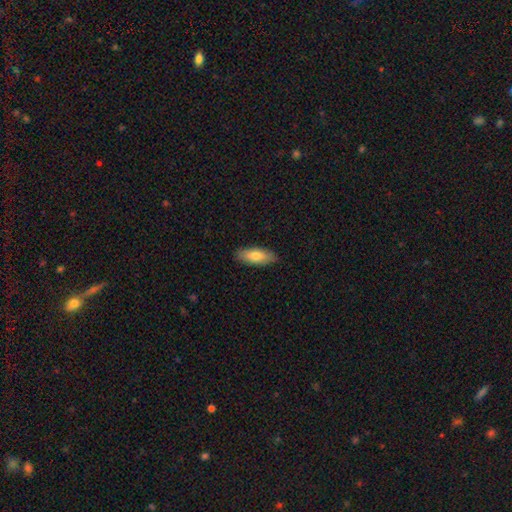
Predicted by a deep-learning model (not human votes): This is likely a smooth galaxy (75%). How rounded: likely in between (72%). Merging: clearly none (87%).